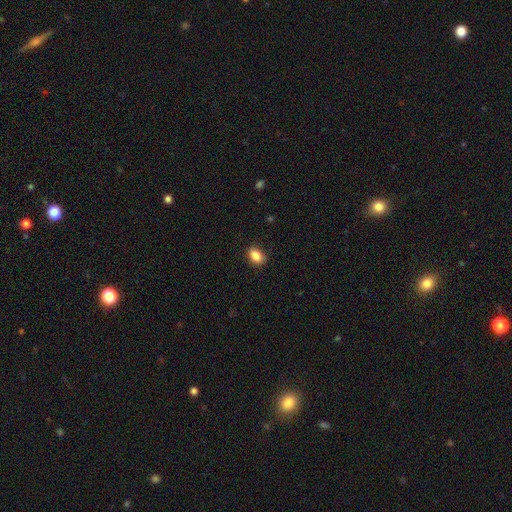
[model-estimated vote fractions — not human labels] smooth_or_featured: smooth (p=0.86) [alt: star or artifact p=0.09]
how_rounded: in between (p=0.82) [alt: round p=0.17]
merging: none (p=0.85) [alt: minor disturbance p=0.11]